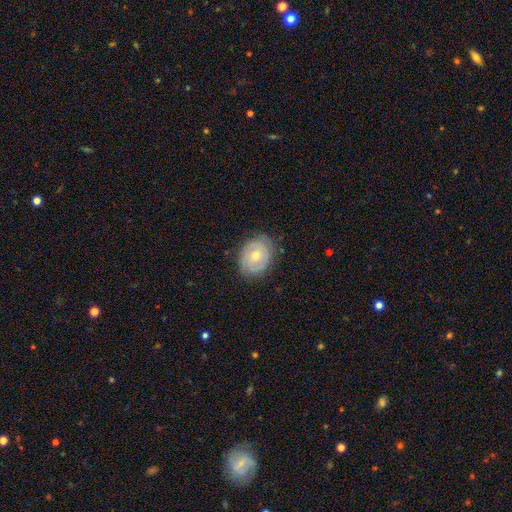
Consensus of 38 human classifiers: Smooth or featured: featured or disk — 68% (smooth — 24%)
Edge-on disk: no — 96% (yes — 4%)
Bar: no — 60% (weak — 28%)
Spiral arms: yes — 84% (no — 16%)
Spiral winding: tight — 86% (medium — 14%)
Spiral arm count: 2 — 52% (can't tell — 33%)
Bulge size: moderate — 60% (small — 40%)
Merging: none — 86% (minor disturbance — 14%)